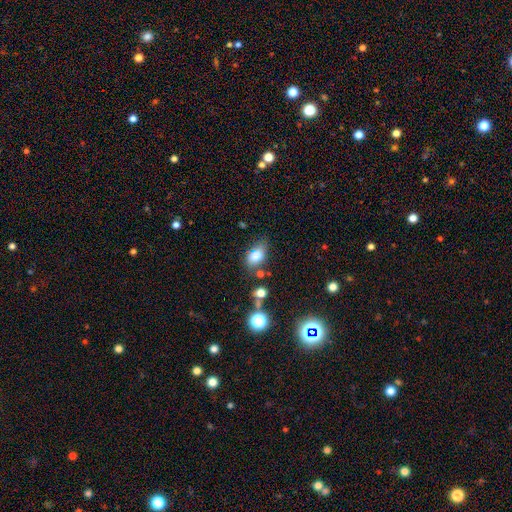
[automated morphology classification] smooth 80%, star or artifact 11%, featured or disk 10%. Down the decision tree: how rounded — in between (86%); merging — none (64%).